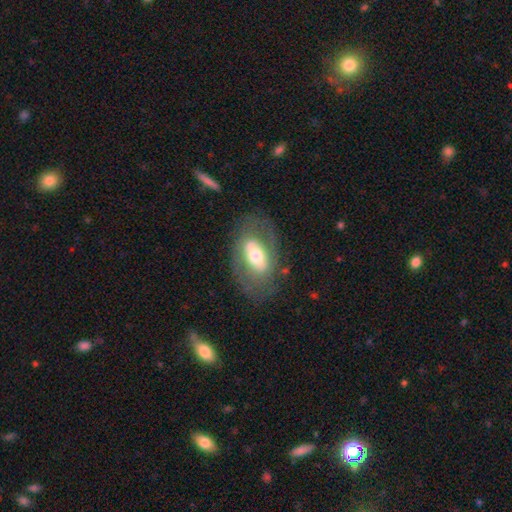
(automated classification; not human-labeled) Overall: featured or disk (54%; smooth 39%). Edge-on disk: no (91%). Merging: none (72%).